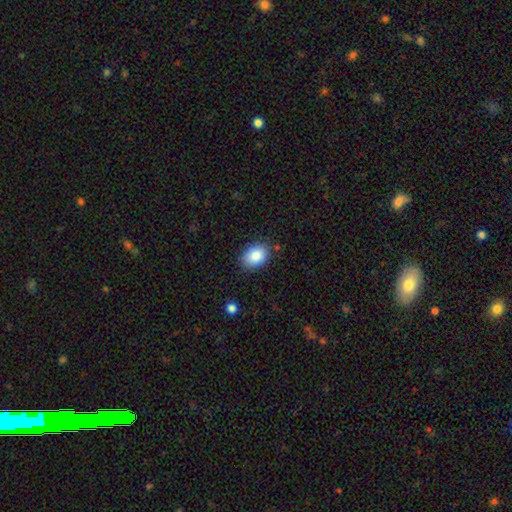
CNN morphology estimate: Smooth or featured?
  - smooth: 87% *
  - star or artifact: 7%
  - featured or disk: 6%
How rounded?
  - in between: 79% *
  - round: 20%
  - cigar-shaped: 1%
Merging?
  - none: 84% *
  - minor disturbance: 12%
  - major disturbance: 3%
  - merger: 2%